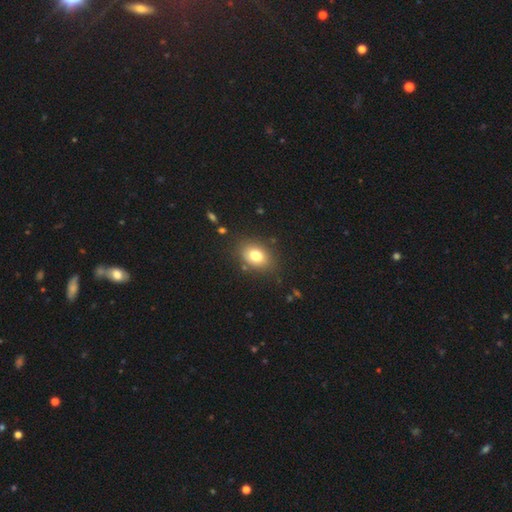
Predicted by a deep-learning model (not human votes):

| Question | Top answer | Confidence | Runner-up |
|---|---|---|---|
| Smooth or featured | smooth | 77% | featured or disk (12%) |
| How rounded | in between | 72% | round (27%) |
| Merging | none | 83% | minor disturbance (12%) |